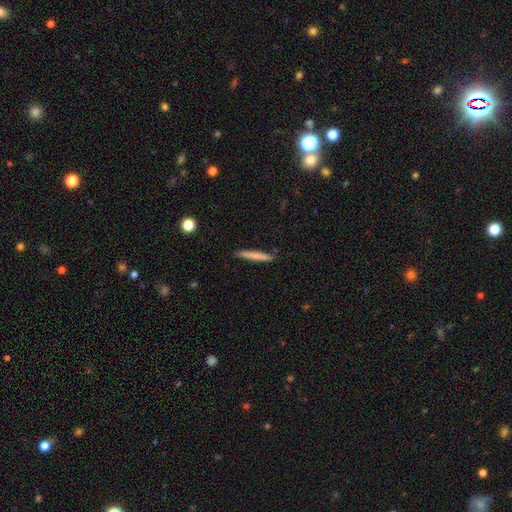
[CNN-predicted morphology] This appears to be a smooth galaxy with no disk features (73%) that is cigar-shaped (96%). Merging: none (88%).